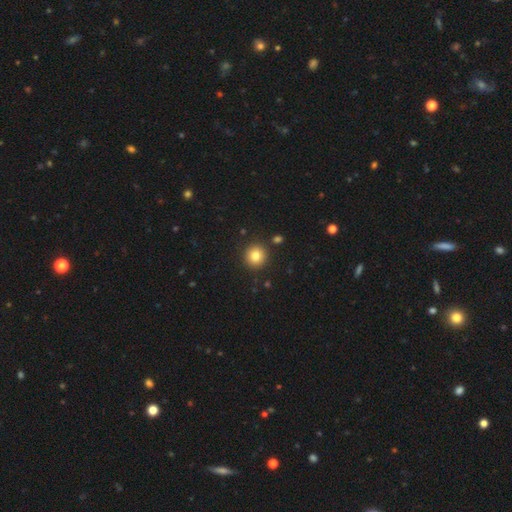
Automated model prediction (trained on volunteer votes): The model was most divided on "smooth or featured": smooth: 82%, star or artifact: 11%, featured or disk: 7%. More confident: how rounded — round (94%); merging — none (90%).